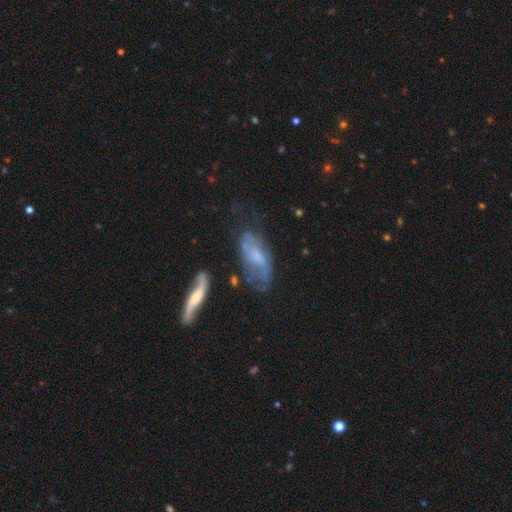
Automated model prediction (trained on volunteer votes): This appears to be a featured or disk galaxy (61%) with no bar (55%), spiral arms (65%) and a moderate central bulge (36%). Merging: none (48%).